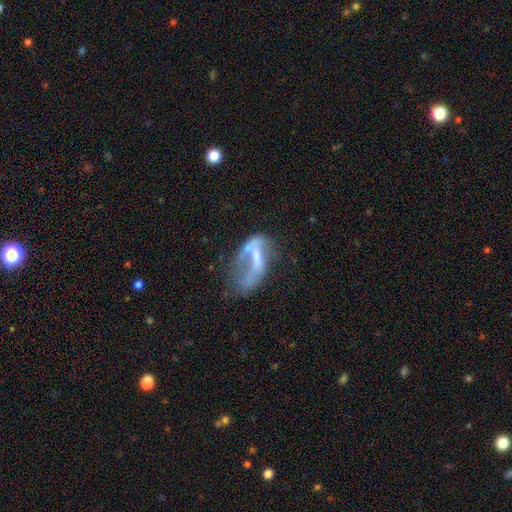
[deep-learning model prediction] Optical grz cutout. It shows a featured or disk galaxy (59%) with no bar (51%), no spiral arms (67%) and no central bulge (39%). Merging: major disturbance (41%).